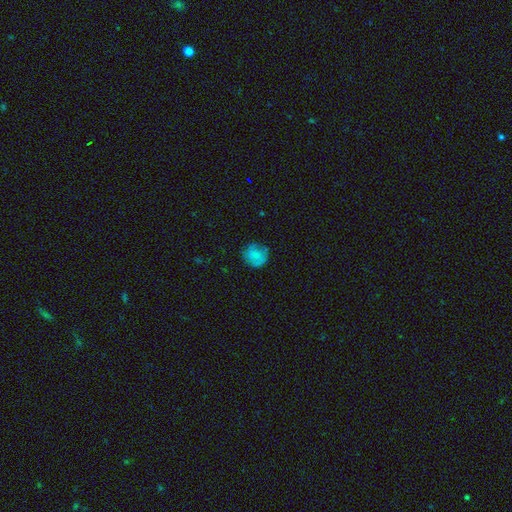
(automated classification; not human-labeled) Smooth or featured? smooth (71%)
How rounded? round (85%)
Merging? none (73%)